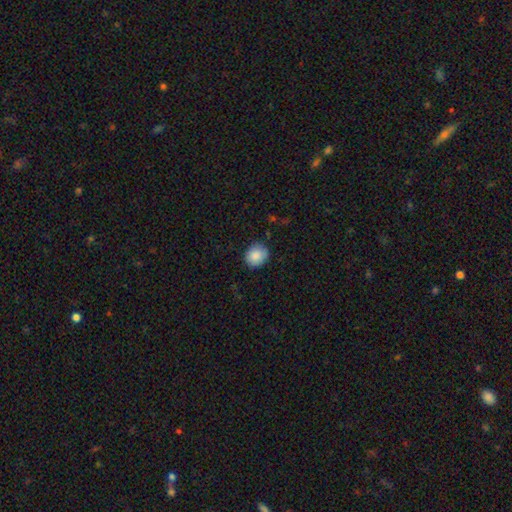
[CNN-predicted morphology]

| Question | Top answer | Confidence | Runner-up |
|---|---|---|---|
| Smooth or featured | smooth | 87% | star or artifact (8%) |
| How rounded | round | 70% | in between (29%) |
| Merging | none | 82% | minor disturbance (14%) |